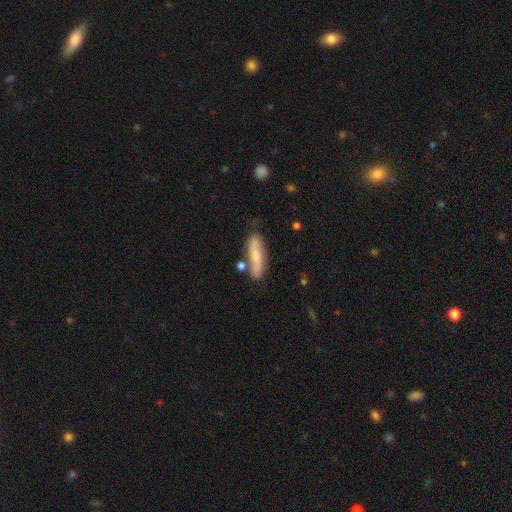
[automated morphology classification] This is possibly a smooth galaxy (54%). How rounded: likely cigar-shaped (69%). Merging: likely none (69%).